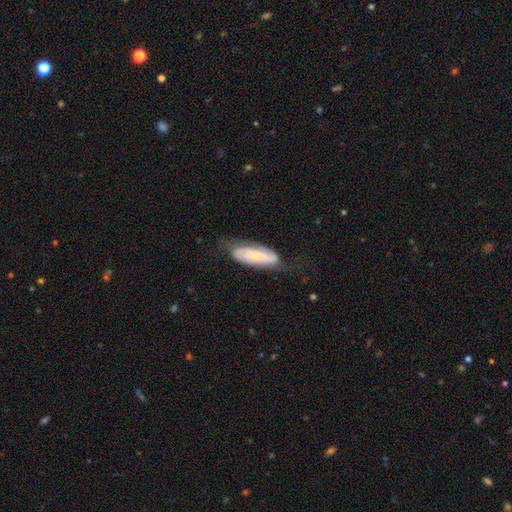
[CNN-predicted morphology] Smooth or featured?
  - featured or disk: 59% *
  - smooth: 35%
  - star or artifact: 7%
Edge-on disk?
  - no: 84% *
  - yes: 16%
Merging?
  - none: 65% *
  - minor disturbance: 23%
  - major disturbance: 10%
  - merger: 2%